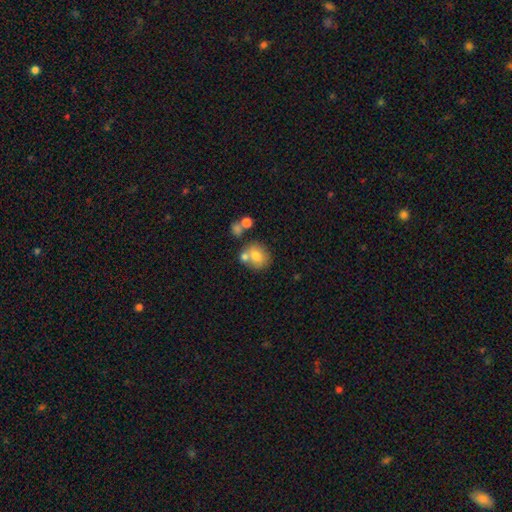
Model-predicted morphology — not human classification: Q: Smooth or featured?
A: smooth (73%); runner-up: featured or disk (17%)
Q: How rounded?
A: round (74%); runner-up: in between (25%)
Q: Merging?
A: none (53%); runner-up: merger (29%)